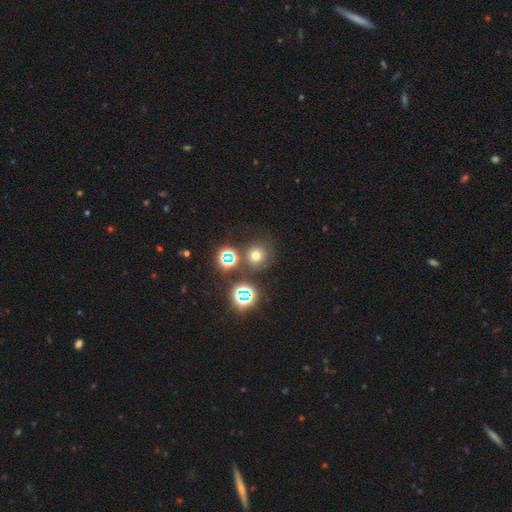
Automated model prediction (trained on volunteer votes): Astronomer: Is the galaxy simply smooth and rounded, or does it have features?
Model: smooth — 60%.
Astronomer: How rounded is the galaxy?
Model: round — 91%.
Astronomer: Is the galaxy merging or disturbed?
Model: none — 76%.